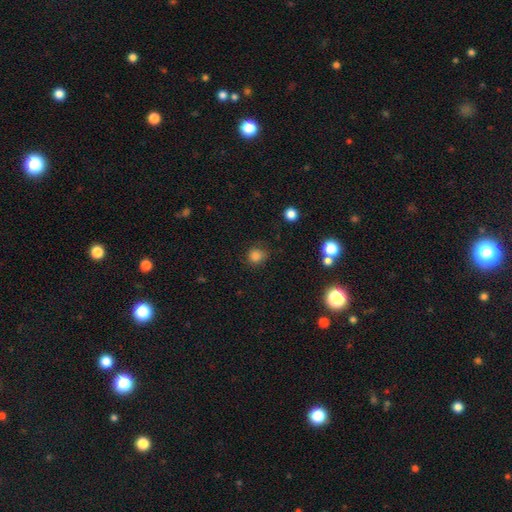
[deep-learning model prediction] smooth_or_featured: smooth (p=0.82) [alt: star or artifact p=0.14]
how_rounded: round (p=0.86) [alt: in between p=0.13]
merging: none (p=0.78) [alt: minor disturbance p=0.15]